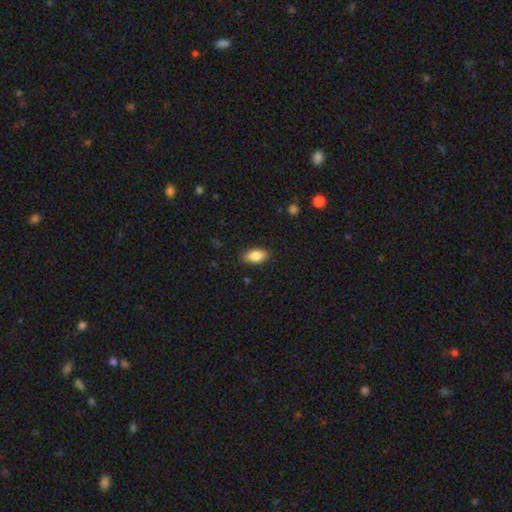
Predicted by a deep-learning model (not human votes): Smooth or featured? smooth (86%)
How rounded? in between (90%)
Merging? none (86%)